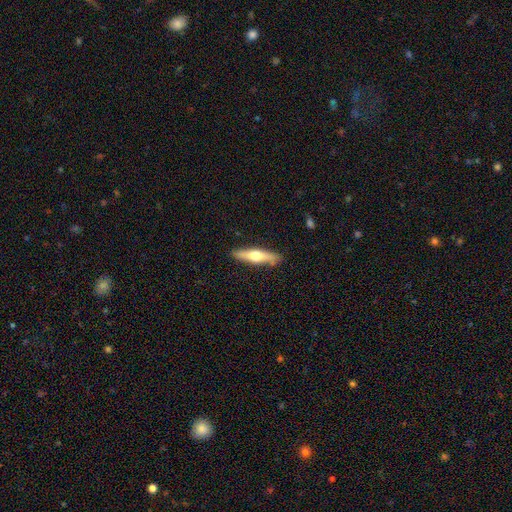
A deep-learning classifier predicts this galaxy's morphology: Smooth or featured?
  - featured or disk: 48% *
  - smooth: 47%
  - star or artifact: 5%
Merging?
  - none: 87% *
  - minor disturbance: 9%
  - major disturbance: 2%
  - merger: 2%